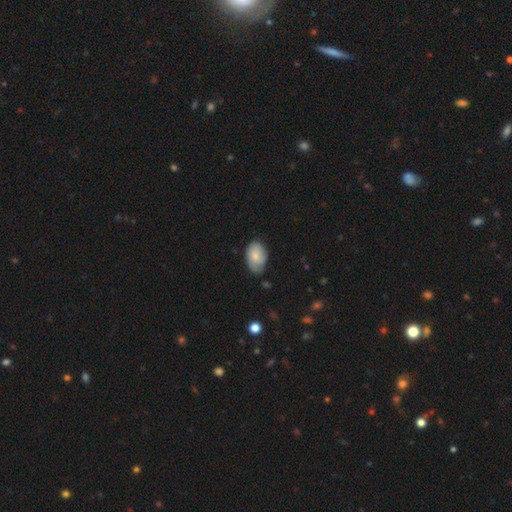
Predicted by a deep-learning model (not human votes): Morphology: type=smooth (73%); roundness=in between (89%); merging=none (59%).